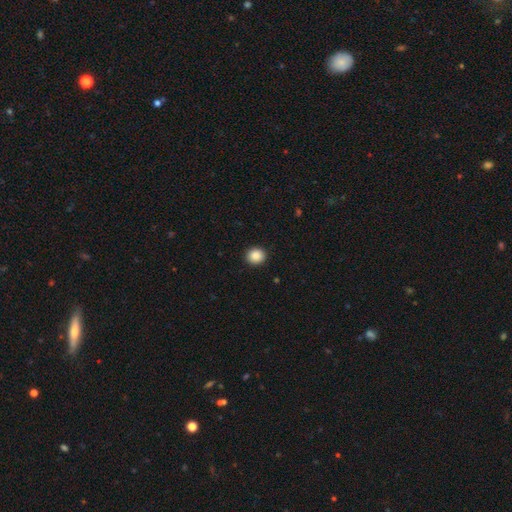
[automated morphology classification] A smooth galaxy with no disk features (88%) that is round (84%).

Vote fractions:
- Smooth or featured? smooth: 88% / star or artifact: 9% / featured or disk: 3%
- How rounded? round: 84% / in between: 15% / cigar-shaped: 1%
- Merging? none: 92% / minor disturbance: 5% / major disturbance: 2% / merger: 1%